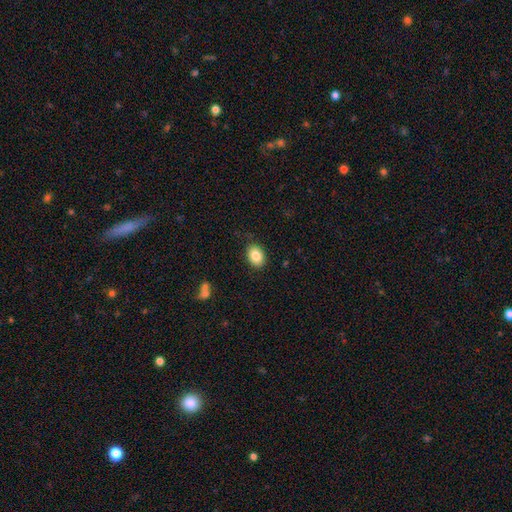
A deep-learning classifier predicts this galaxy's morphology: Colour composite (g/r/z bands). It shows a smooth galaxy with no disk features (85%) that is in between round and cigar-shaped (75%). Merging: none (85%).